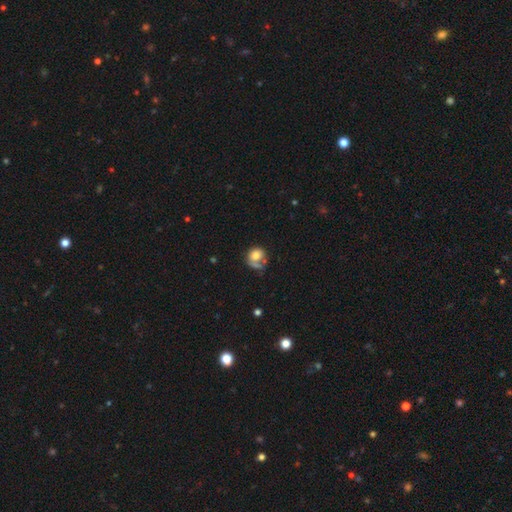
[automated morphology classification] smooth-or-featured: smooth: 72% | featured or disk: 19% | star or artifact: 9%
  how-rounded: round: 70% | in between: 29% | cigar-shaped: 1%
  merging: none: 40% | major disturbance: 22% | minor disturbance: 21% | merger: 17%